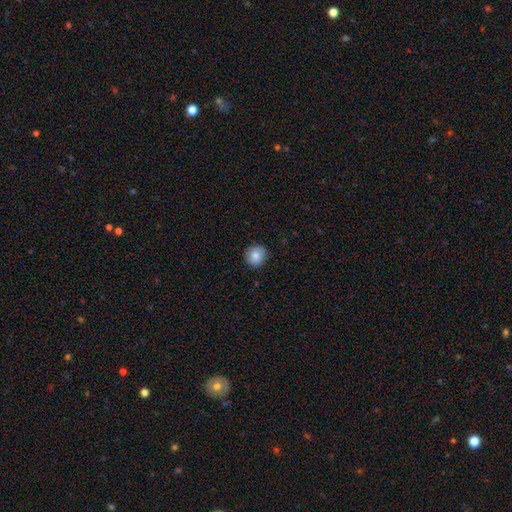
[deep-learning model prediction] This appears to be a smooth galaxy with no disk features (84%) that is round (89%). Merging: none (88%).